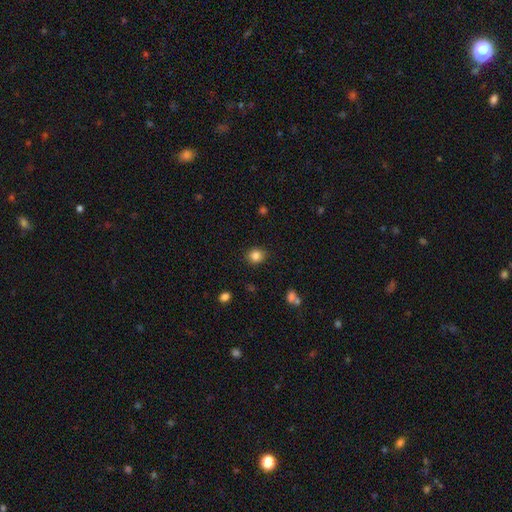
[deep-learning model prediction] smooth_or_featured: smooth (p=0.84) [alt: star or artifact p=0.11]
how_rounded: round (p=0.76) [alt: in between p=0.23]
merging: none (p=0.88) [alt: minor disturbance p=0.09]